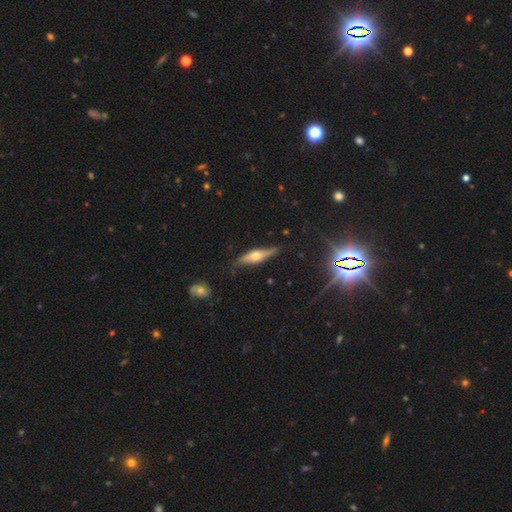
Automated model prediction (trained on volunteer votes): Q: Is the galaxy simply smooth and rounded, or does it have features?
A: featured or disk — 61%.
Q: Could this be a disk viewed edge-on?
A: yes — 91%.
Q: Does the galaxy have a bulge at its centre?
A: rounded — 91%.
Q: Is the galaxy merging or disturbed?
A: none — 80%.